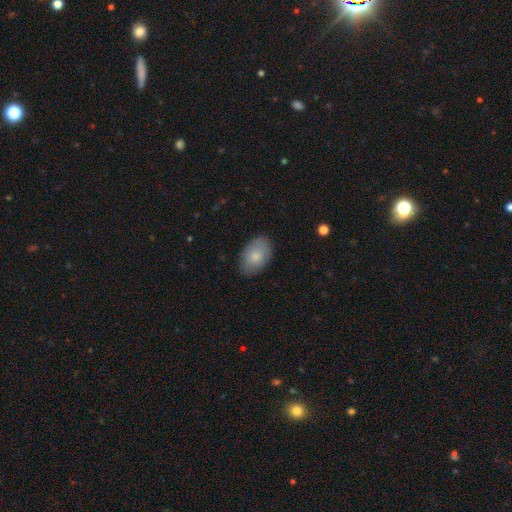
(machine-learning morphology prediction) This is clearly a smooth galaxy (81%). How rounded: clearly in between (89%). Merging: clearly none (84%).